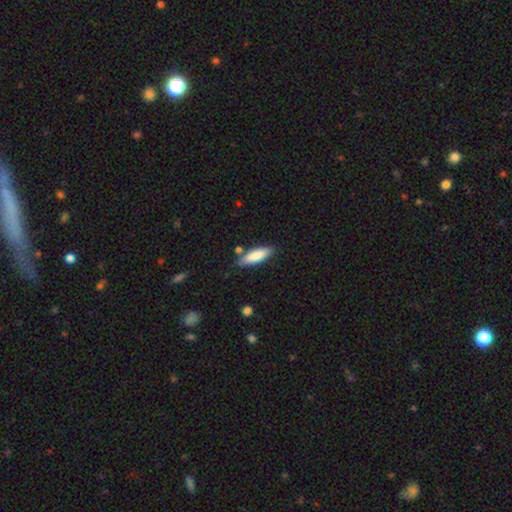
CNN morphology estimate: smooth 84%, featured or disk 11%, star or artifact 6%. Down the decision tree: how rounded — cigar-shaped (50%); merging — none (80%).